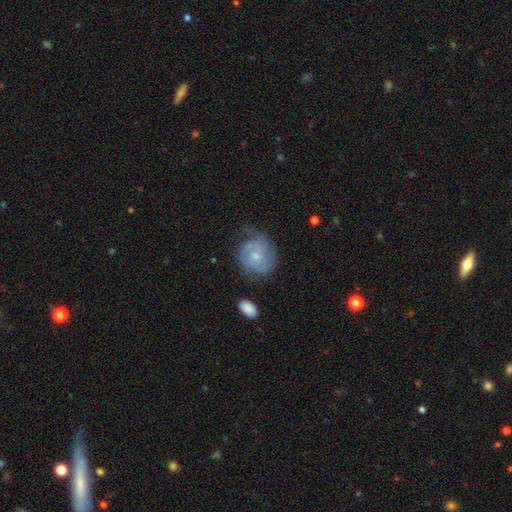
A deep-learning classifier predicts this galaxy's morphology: Smooth or featured? Predicted: featured or disk (p=0.66). Edge-on disk? Predicted: no (p=0.98). Bar? Predicted: no (p=0.68). Spiral arms? Predicted: yes (p=0.88). Spiral winding? Predicted: tight (p=0.46). Spiral arm count? Predicted: 2 (p=0.33). Bulge size? Predicted: small (p=0.55). Merging? Predicted: none (p=0.54).